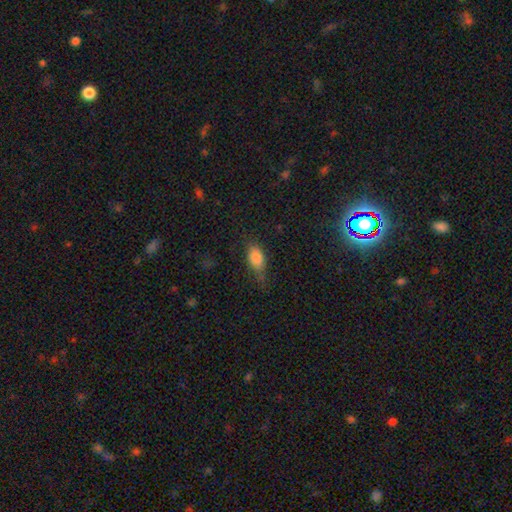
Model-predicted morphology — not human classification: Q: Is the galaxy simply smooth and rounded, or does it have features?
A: smooth — 77%.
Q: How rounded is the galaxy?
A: in between — 81%.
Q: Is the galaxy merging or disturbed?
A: none — 61%.